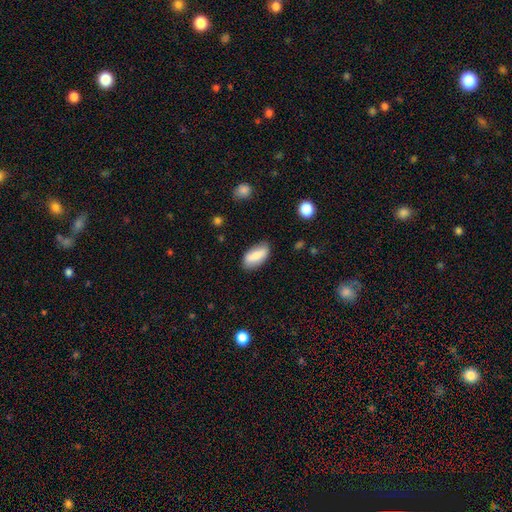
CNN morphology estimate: smooth-or-featured: smooth: 81% | featured or disk: 13% | star or artifact: 7%
  how-rounded: in between: 89% | cigar-shaped: 8% | round: 3%
  merging: none: 78% | minor disturbance: 17% | major disturbance: 4% | merger: 2%